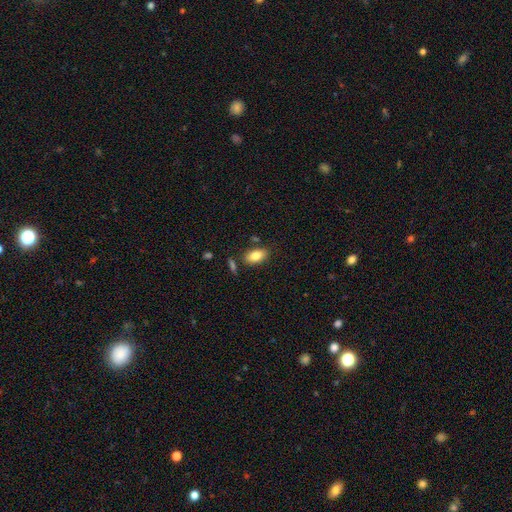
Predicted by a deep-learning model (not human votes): A smooth galaxy with no disk features (83%) that is in between round and cigar-shaped (91%). Merging: none (80%).